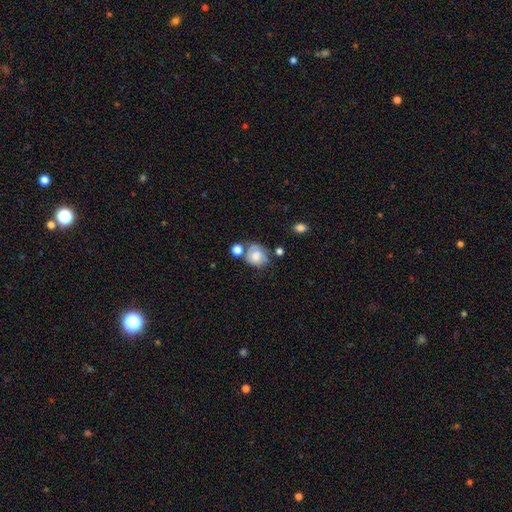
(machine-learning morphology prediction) A smooth galaxy with no disk features (47%). Merging: none (47%).